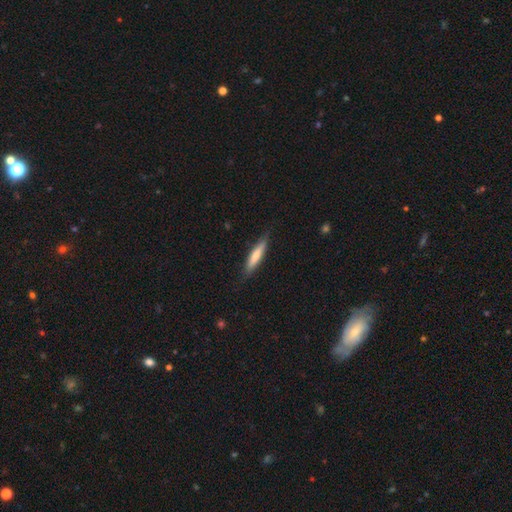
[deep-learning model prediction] smooth 68%, featured or disk 27%, star or artifact 5%. Down the decision tree: how rounded — cigar-shaped (86%); merging — none (83%).